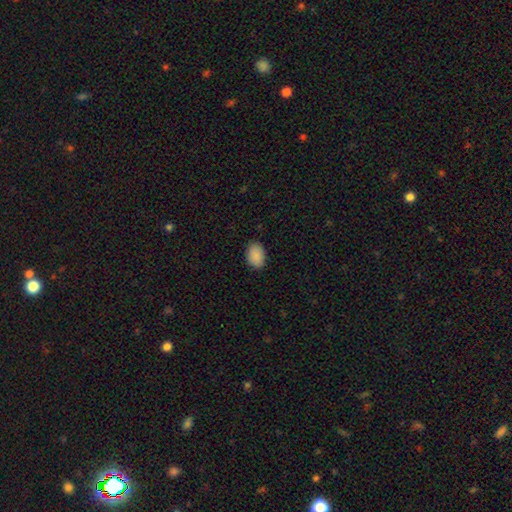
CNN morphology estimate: Smooth or featured? smooth (89%)
How rounded? in between (83%)
Merging? none (87%)